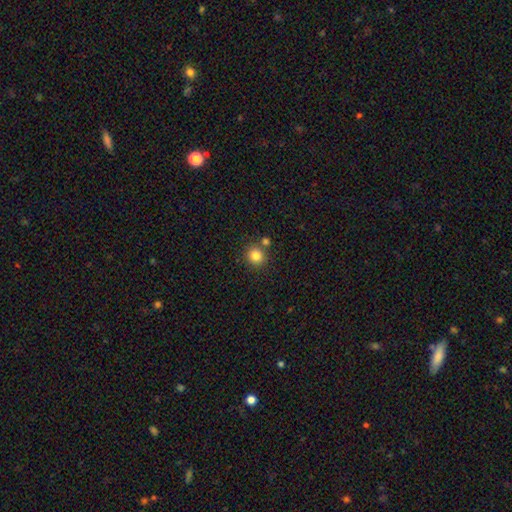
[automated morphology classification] Smooth or featured? Predicted: smooth (p=0.83). How rounded? Predicted: round (p=0.89). Merging? Predicted: none (p=0.78).